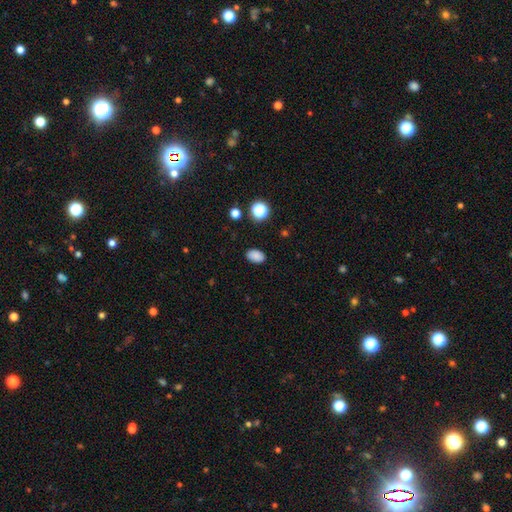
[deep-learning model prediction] smooth_or_featured: smooth (p=0.85) [alt: star or artifact p=0.11]
how_rounded: in between (p=0.86) [alt: round p=0.13]
merging: none (p=0.87) [alt: minor disturbance p=0.09]